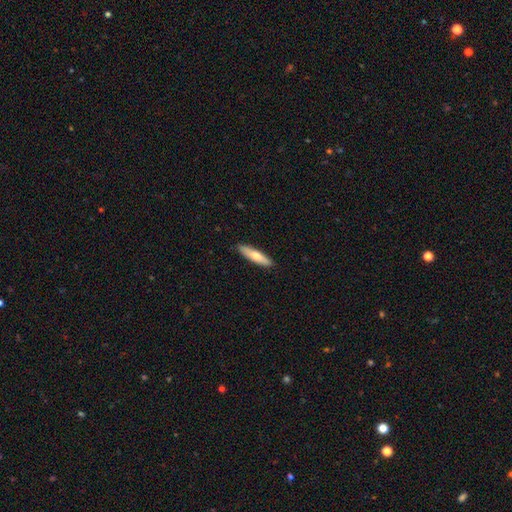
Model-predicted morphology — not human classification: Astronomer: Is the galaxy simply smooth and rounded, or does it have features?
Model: smooth — 63%.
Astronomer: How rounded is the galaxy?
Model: cigar-shaped — 76%.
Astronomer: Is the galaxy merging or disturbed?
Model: none — 90%.